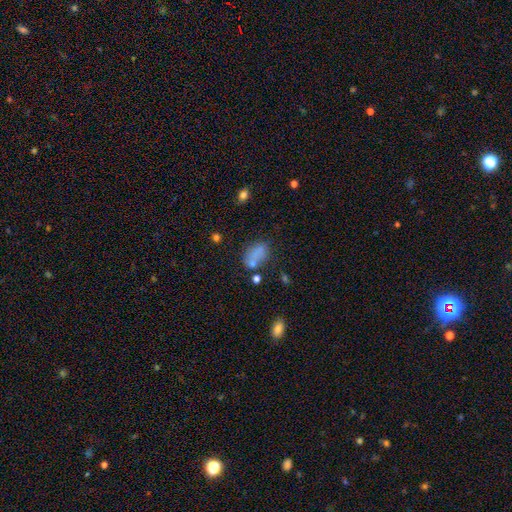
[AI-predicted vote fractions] Morphology: type=smooth (73%); roundness=in between (84%); merging=none (56%).